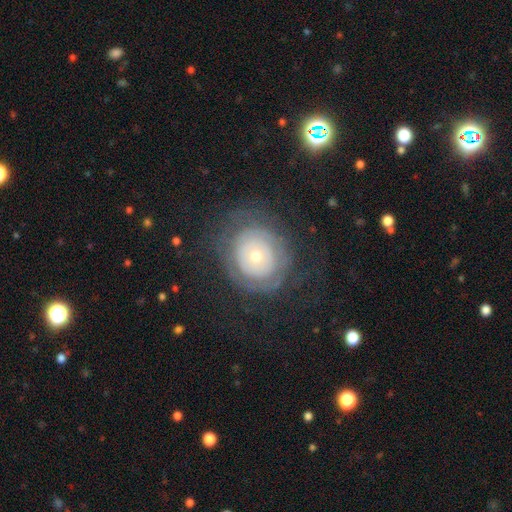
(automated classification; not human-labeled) Q: Smooth or featured?
A: featured or disk (59%); runner-up: smooth (32%)
Q: Edge-on disk?
A: no (96%); runner-up: yes (4%)
Q: Bar?
A: no (90%); runner-up: weak (8%)
Q: Spiral arms?
A: no (52%); runner-up: yes (48%)
Q: Bulge size?
A: small (62%); runner-up: moderate (33%)
Q: Merging?
A: none (72%); runner-up: minor disturbance (14%)